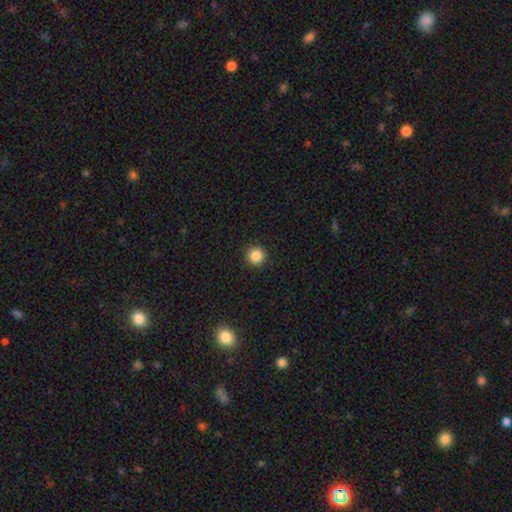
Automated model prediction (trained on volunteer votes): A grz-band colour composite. It shows a smooth galaxy with no disk features (86%) that is round (96%). Merging: none (93%).